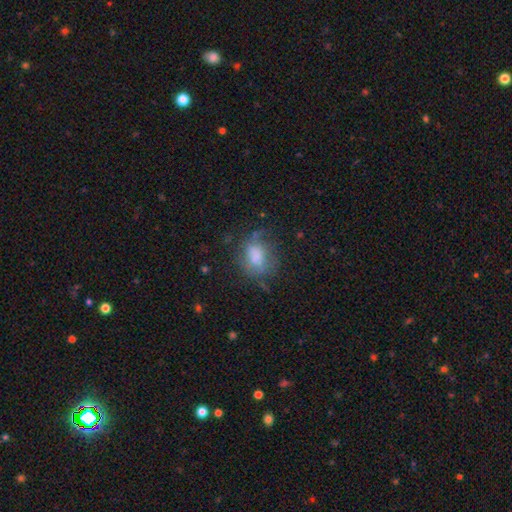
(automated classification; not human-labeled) Q: Smooth or featured?
A: smooth (63%); runner-up: featured or disk (25%)
Q: How rounded?
A: in between (60%); runner-up: round (38%)
Q: Merging?
A: none (53%); runner-up: minor disturbance (26%)